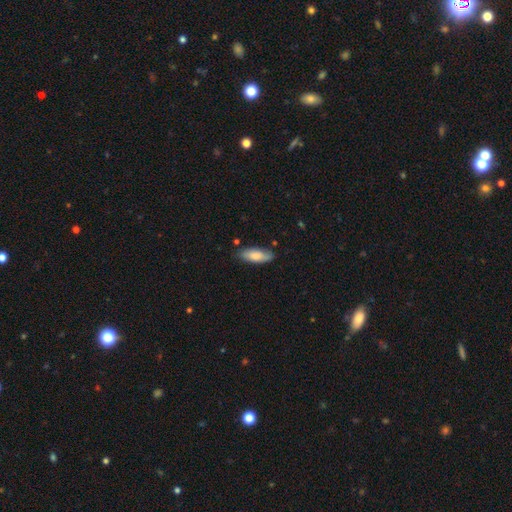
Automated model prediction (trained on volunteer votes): Smooth or featured: smooth — 80% (featured or disk — 14%)
How rounded: in between — 69% (cigar-shaped — 29%)
Merging: none — 80% (minor disturbance — 15%)